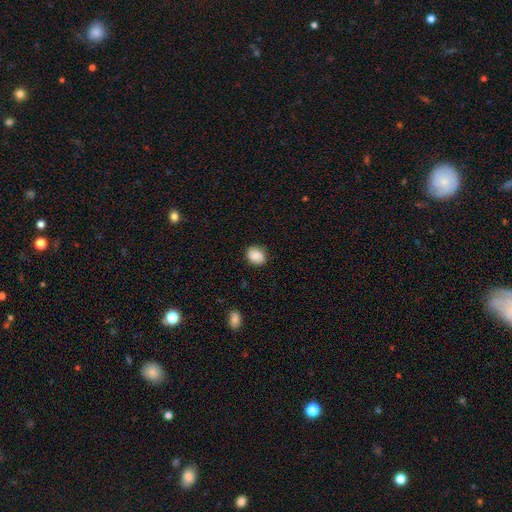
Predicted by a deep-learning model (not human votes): Q: Smooth or featured?
A: smooth (85%); runner-up: star or artifact (8%)
Q: How rounded?
A: in between (52%); runner-up: round (47%)
Q: Merging?
A: none (83%); runner-up: minor disturbance (13%)